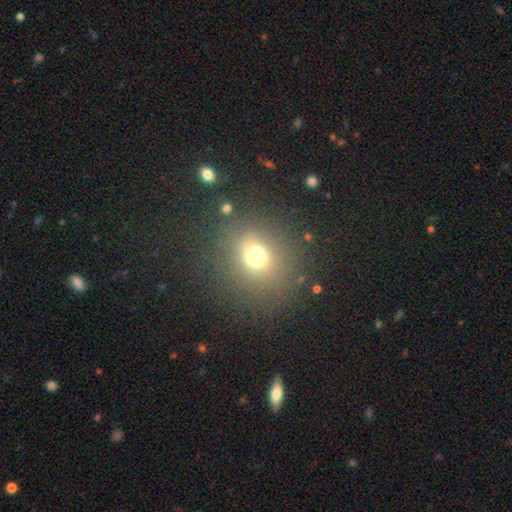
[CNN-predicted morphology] A smooth galaxy with no disk features (66%) that is round (72%).

Vote fractions:
- Smooth or featured? smooth: 66% / star or artifact: 21% / featured or disk: 13%
- How rounded? round: 72% / in between: 27% / cigar-shaped: 1%
- Merging? none: 78% / minor disturbance: 11% / major disturbance: 7% / merger: 4%